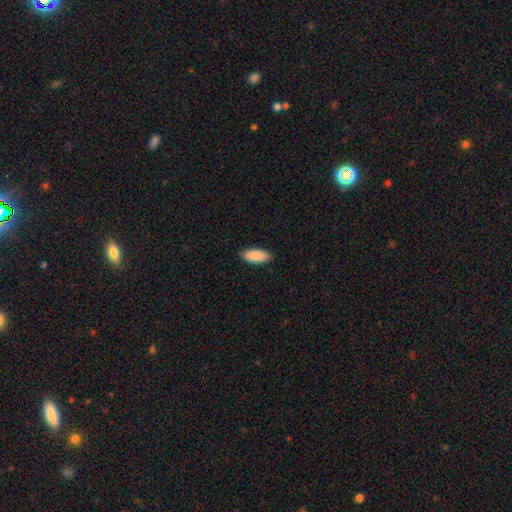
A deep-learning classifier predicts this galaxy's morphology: smooth-or-featured: smooth: 90% | star or artifact: 6% | featured or disk: 4%
  how-rounded: in between: 87% | cigar-shaped: 11% | round: 2%
  merging: none: 88% | minor disturbance: 10% | major disturbance: 2% | merger: 1%